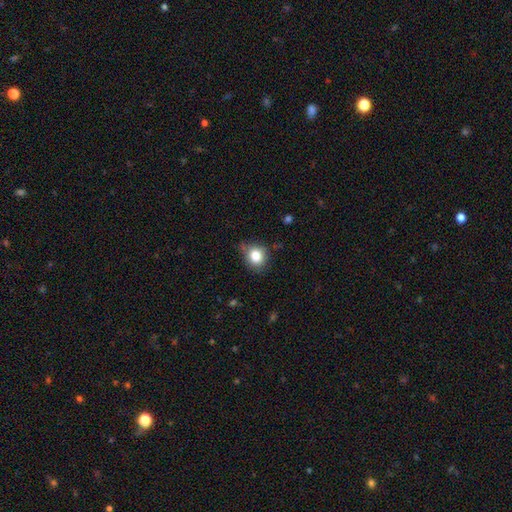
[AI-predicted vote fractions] Morphology: type=smooth (83%); roundness=round (71%); merging=none (71%).